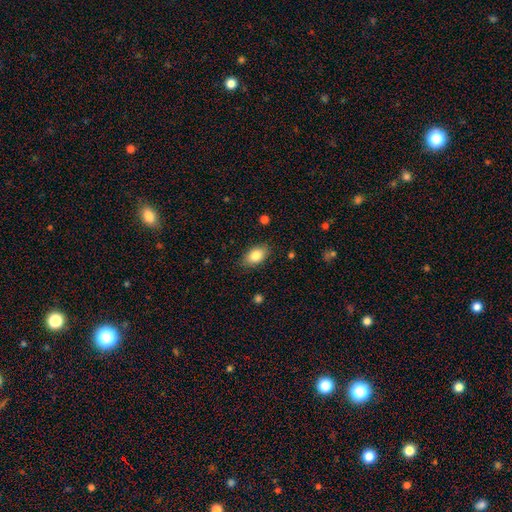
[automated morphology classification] smooth 84%, featured or disk 9%, star or artifact 8%. Down the decision tree: how rounded — in between (89%); merging — none (84%).